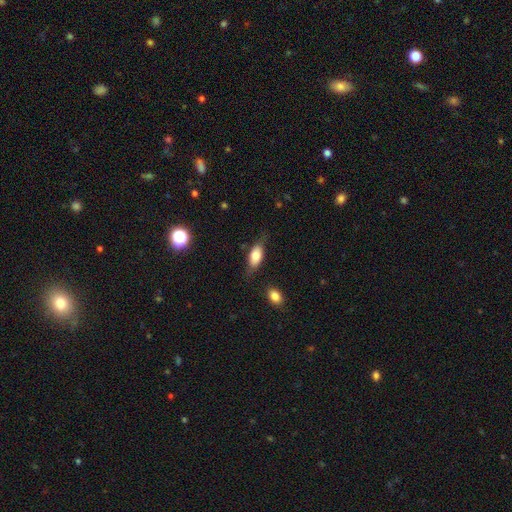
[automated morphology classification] Smooth or featured? Predicted: smooth (p=0.72). How rounded? Predicted: in between (p=0.82). Merging? Predicted: none (p=0.70).